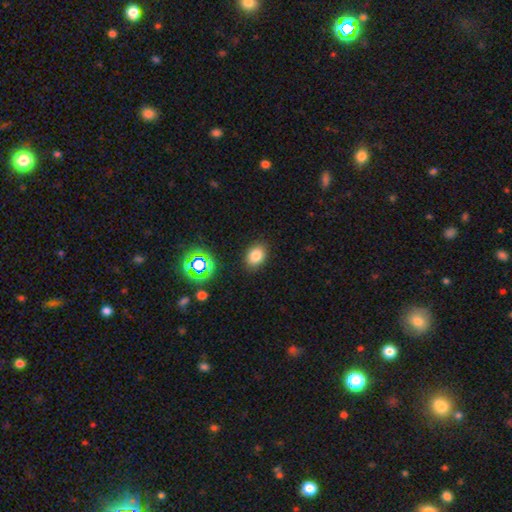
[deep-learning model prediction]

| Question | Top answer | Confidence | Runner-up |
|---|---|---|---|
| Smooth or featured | smooth | 80% | star or artifact (13%) |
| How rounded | in between | 70% | round (29%) |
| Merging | none | 87% | minor disturbance (9%) |